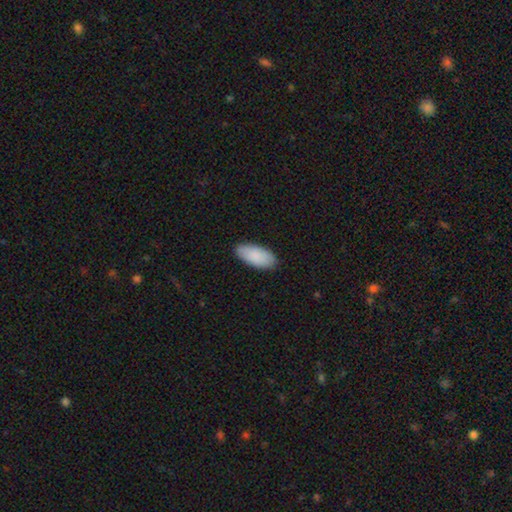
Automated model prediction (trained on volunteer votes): Smooth or featured: smooth — 89% (featured or disk — 6%)
How rounded: in between — 91% (cigar-shaped — 7%)
Merging: none — 87% (minor disturbance — 10%)